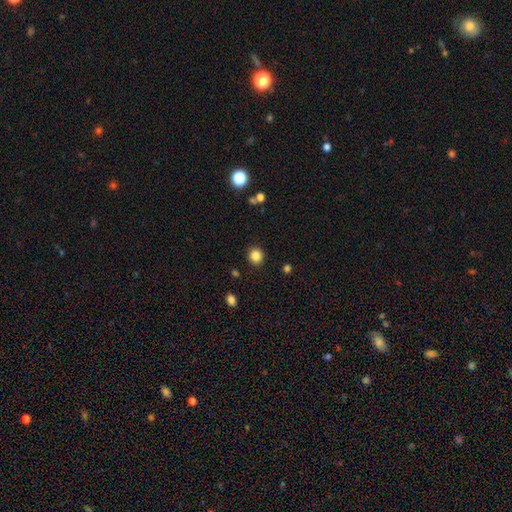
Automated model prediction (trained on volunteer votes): This is clearly a smooth galaxy (85%). How rounded: clearly round (89%). Merging: clearly none (91%).